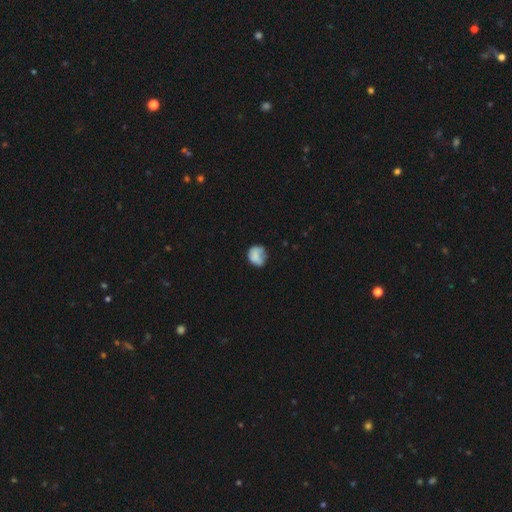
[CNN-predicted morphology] smooth-or-featured: smooth: 69% | featured or disk: 21% | star or artifact: 9%
  how-rounded: round: 59% | in between: 39% | cigar-shaped: 1%
  merging: none: 44% | minor disturbance: 32% | major disturbance: 19% | merger: 5%